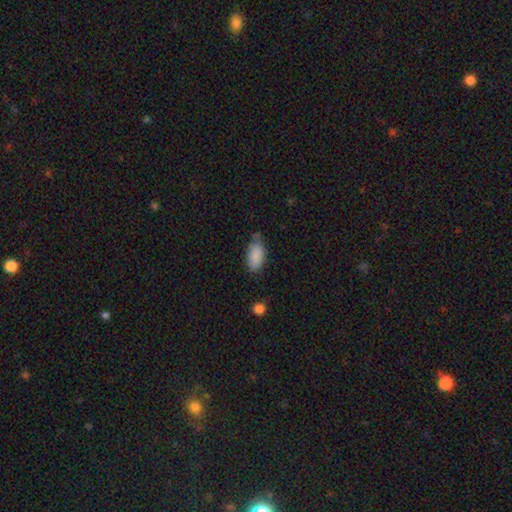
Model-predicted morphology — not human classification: This is clearly a smooth galaxy (88%). How rounded: clearly in between (92%). Merging: possibly none (59%).